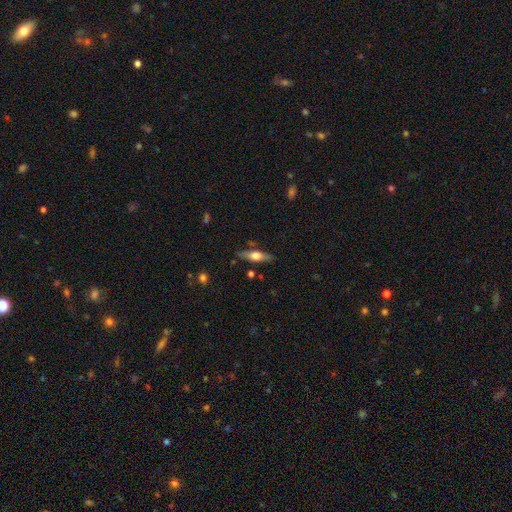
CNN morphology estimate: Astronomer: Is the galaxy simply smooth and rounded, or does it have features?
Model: featured or disk — 50% (runner-up: smooth, 44%).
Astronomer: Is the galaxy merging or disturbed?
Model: none — 81%.